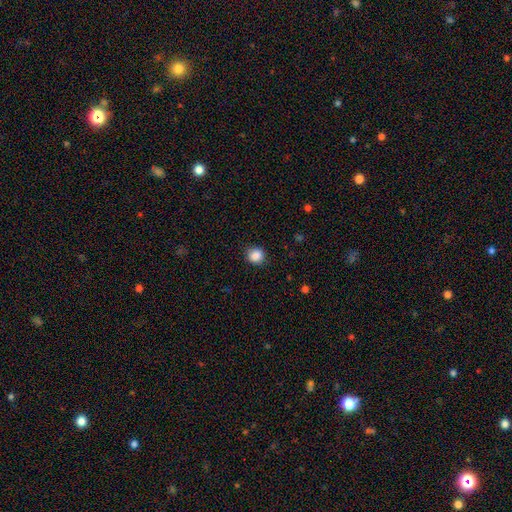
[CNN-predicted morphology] smooth_or_featured: smooth (p=0.87) [alt: star or artifact p=0.10]
how_rounded: round (p=0.84) [alt: in between p=0.15]
merging: none (p=0.87) [alt: minor disturbance p=0.09]